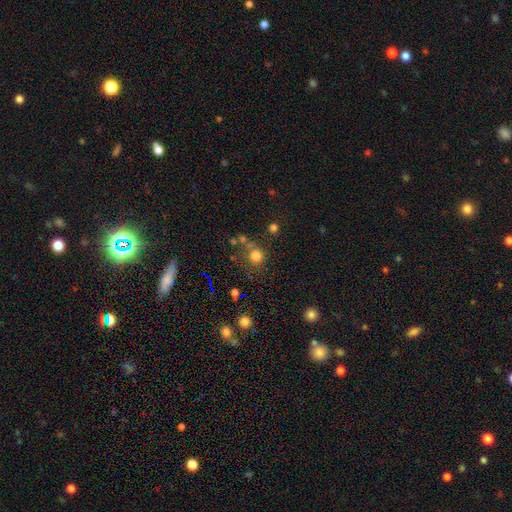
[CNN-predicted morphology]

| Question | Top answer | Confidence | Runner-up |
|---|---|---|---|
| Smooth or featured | smooth | 75% | star or artifact (17%) |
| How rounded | round | 88% | in between (11%) |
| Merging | none | 69% | merger (13%) |